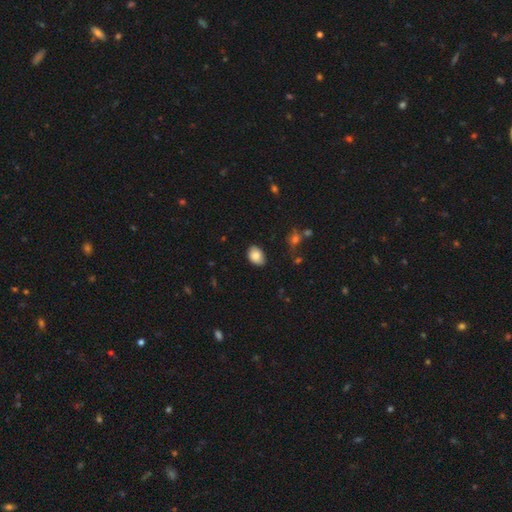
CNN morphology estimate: Smooth or featured? smooth (86%)
How rounded? in between (80%)
Merging? none (80%)